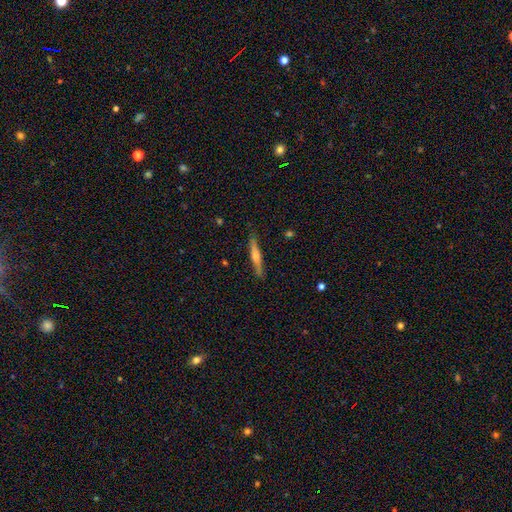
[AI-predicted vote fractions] A featured or disk galaxy (50%).

Vote fractions:
- Smooth or featured? featured or disk: 50% / smooth: 44% / star or artifact: 6%
- Merging? none: 86% / minor disturbance: 11% / major disturbance: 2% / merger: 1%